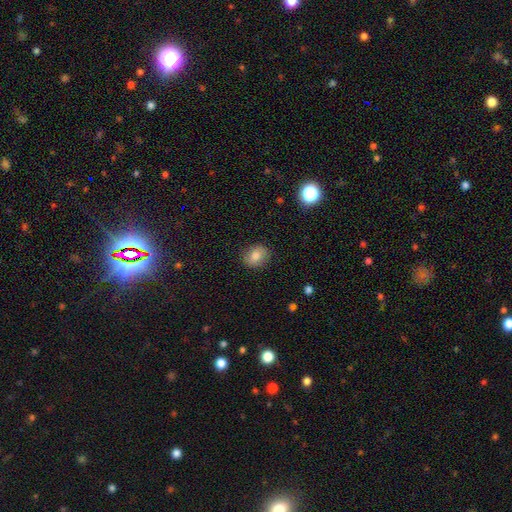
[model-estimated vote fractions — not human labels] Overall: smooth (78%). How rounded: round (61%; in between 38%). Merging: none (86%).